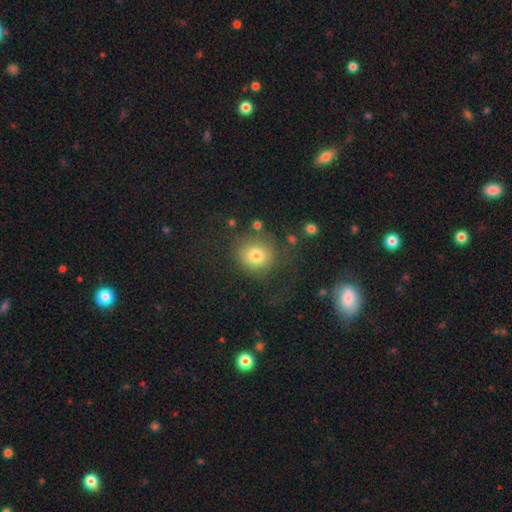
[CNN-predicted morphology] smooth-or-featured: smooth: 78% | star or artifact: 11% | featured or disk: 11%
  how-rounded: round: 85% | in between: 14% | cigar-shaped: 1%
  merging: none: 69% | minor disturbance: 15% | major disturbance: 12% | merger: 4%